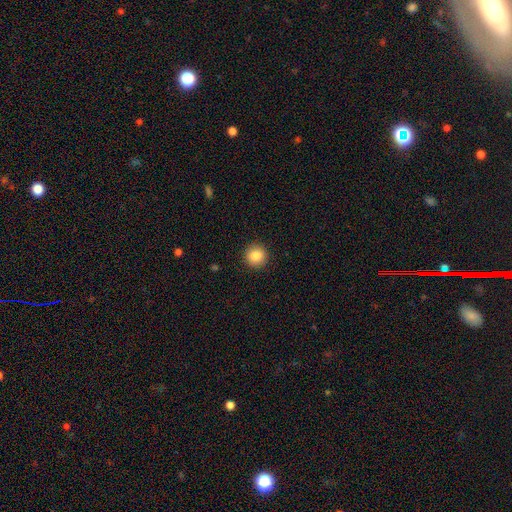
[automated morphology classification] Q: Smooth or featured?
A: smooth (86%); runner-up: star or artifact (9%)
Q: How rounded?
A: round (94%); runner-up: in between (5%)
Q: Merging?
A: none (92%); runner-up: minor disturbance (5%)